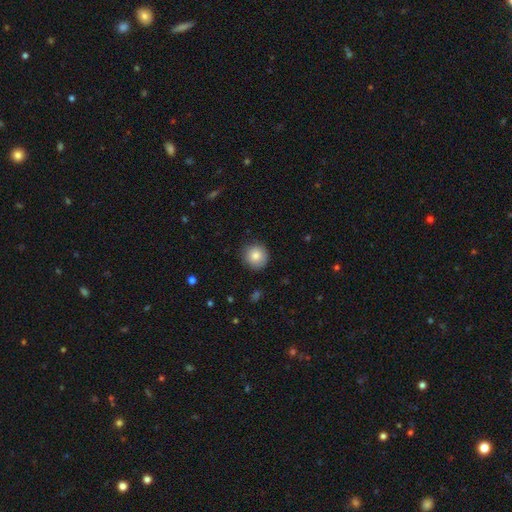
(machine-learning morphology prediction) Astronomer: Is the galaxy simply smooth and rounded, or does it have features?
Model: smooth — 83%.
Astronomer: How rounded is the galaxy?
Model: round — 92%.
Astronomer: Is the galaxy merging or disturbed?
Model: none — 87%.